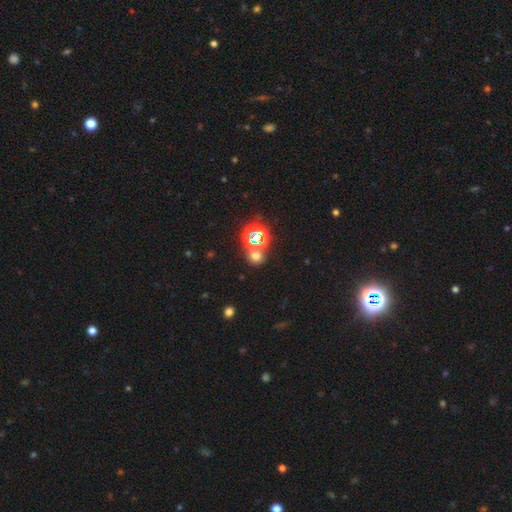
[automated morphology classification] Smooth or featured? smooth (54%)
How rounded? round (85%)
Merging? none (69%)